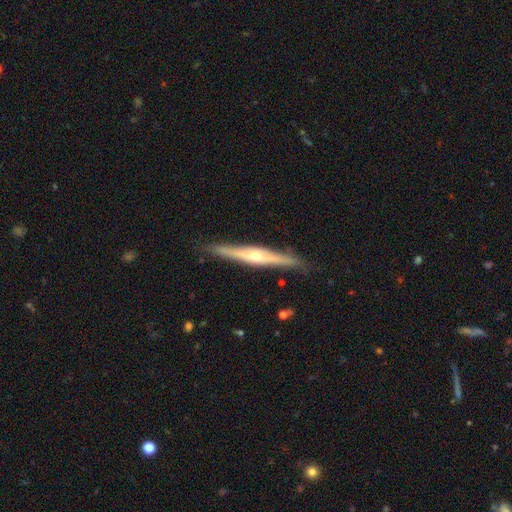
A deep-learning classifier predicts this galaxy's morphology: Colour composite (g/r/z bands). It shows a featured or disk galaxy (75%) viewed edge-on (96%) with a rounded central bulge (86%). Merging: none (88%).